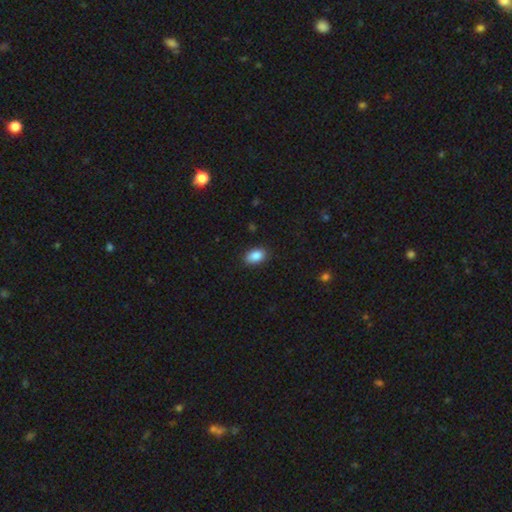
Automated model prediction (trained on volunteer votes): Overall: smooth (88%). How rounded: in between (88%). Merging: none (85%).